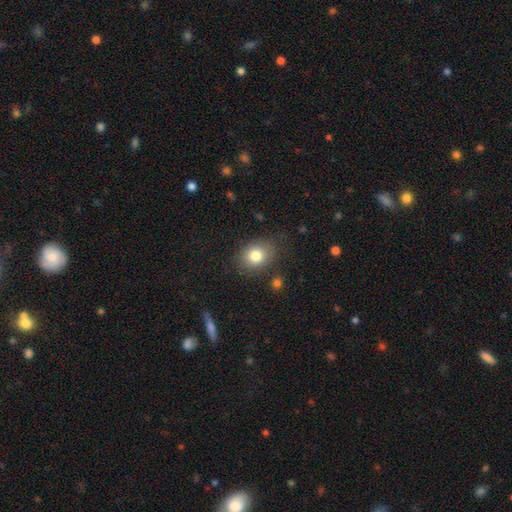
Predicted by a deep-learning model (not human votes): Q: Smooth or featured?
A: smooth (80%); runner-up: featured or disk (10%)
Q: How rounded?
A: in between (52%); runner-up: round (47%)
Q: Merging?
A: none (78%); runner-up: minor disturbance (15%)